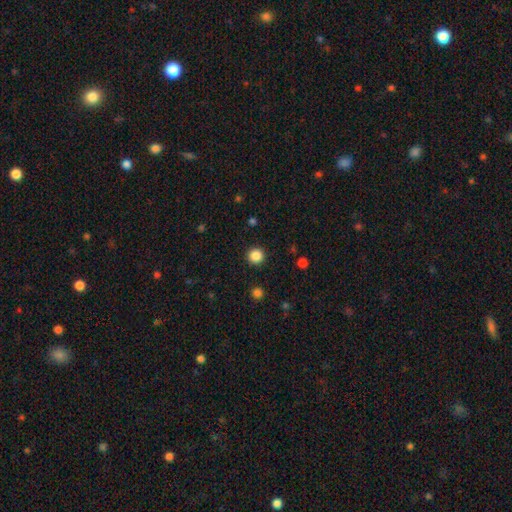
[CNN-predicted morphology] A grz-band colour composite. It shows a smooth galaxy with no disk features (86%) that is round (95%). Merging: none (93%).